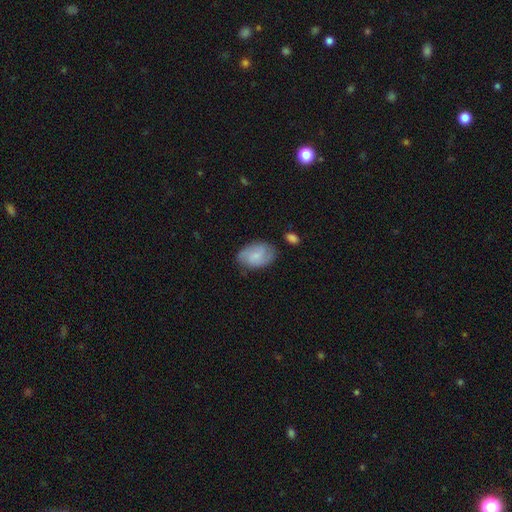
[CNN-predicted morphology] The model was most divided on "smooth or featured": smooth: 58%, featured or disk: 34%, star or artifact: 7%. More confident: how rounded — in between (87%); merging — none (67%).